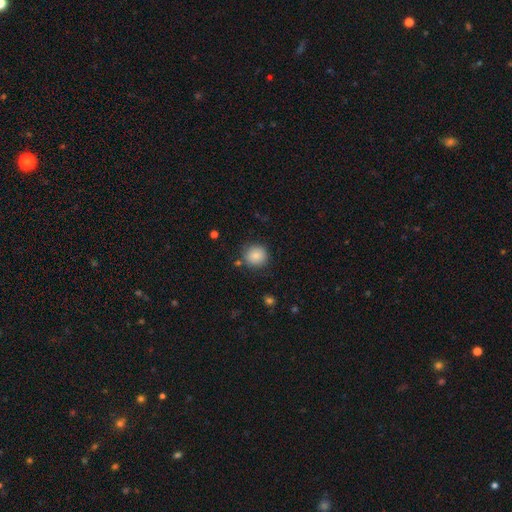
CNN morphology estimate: A smooth galaxy with no disk features (86%) that is round (91%). Merging: none (85%).